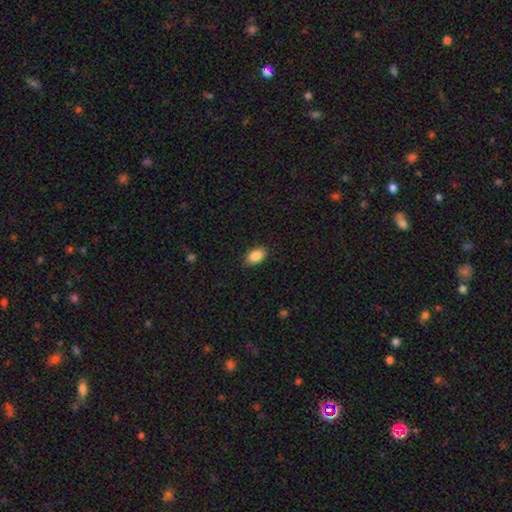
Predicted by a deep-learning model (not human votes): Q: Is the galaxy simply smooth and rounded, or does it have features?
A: smooth — 88%.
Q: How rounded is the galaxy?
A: in between — 91%.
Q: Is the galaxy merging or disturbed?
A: none — 87%.